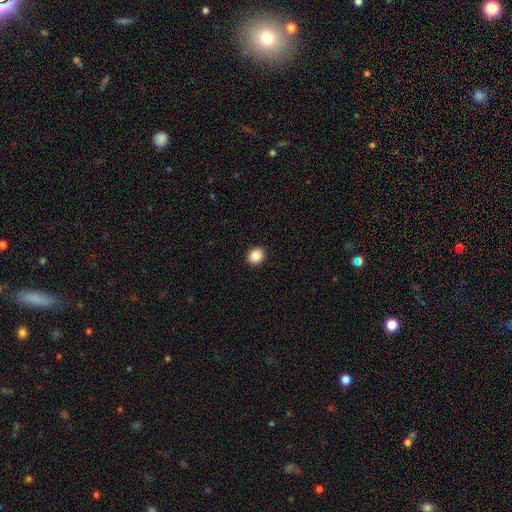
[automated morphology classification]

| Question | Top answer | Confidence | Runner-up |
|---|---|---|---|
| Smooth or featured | smooth | 88% | star or artifact (9%) |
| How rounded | round | 73% | in between (26%) |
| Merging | none | 92% | minor disturbance (6%) |